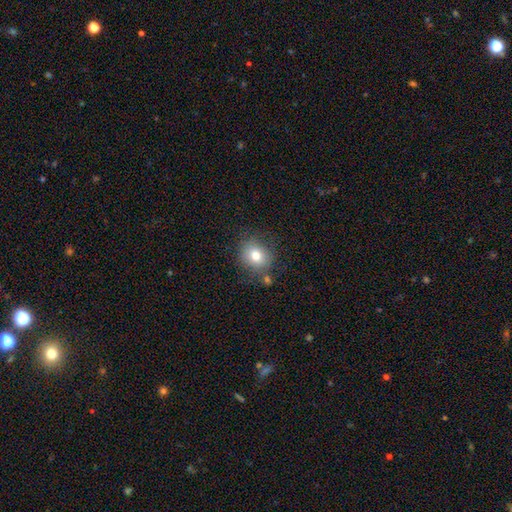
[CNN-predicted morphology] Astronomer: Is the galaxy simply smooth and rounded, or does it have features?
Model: smooth — 76%.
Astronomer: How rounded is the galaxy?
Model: round — 75%.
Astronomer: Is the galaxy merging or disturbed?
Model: none — 74%.